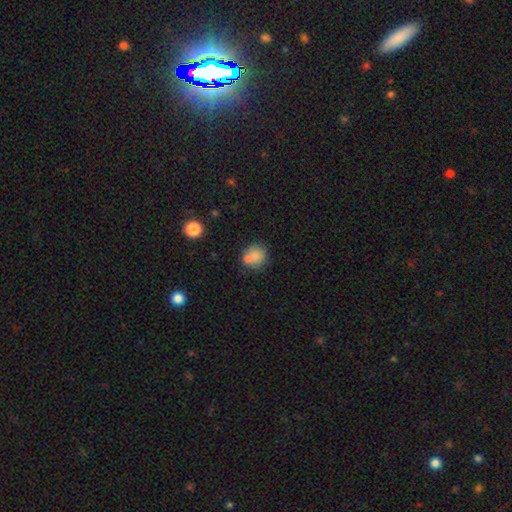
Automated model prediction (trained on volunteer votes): Smooth or featured?
  - smooth: 78% *
  - featured or disk: 12%
  - star or artifact: 11%
How rounded?
  - round: 79% *
  - in between: 20%
  - cigar-shaped: 1%
Merging?
  - none: 58% *
  - merger: 23%
  - minor disturbance: 14%
  - major disturbance: 5%